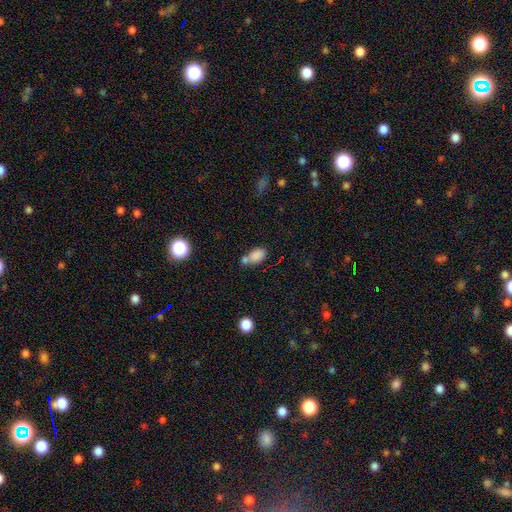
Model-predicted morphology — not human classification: This appears to be a smooth galaxy with no disk features (81%) that is in between round and cigar-shaped (85%). Merging: merger (44%).